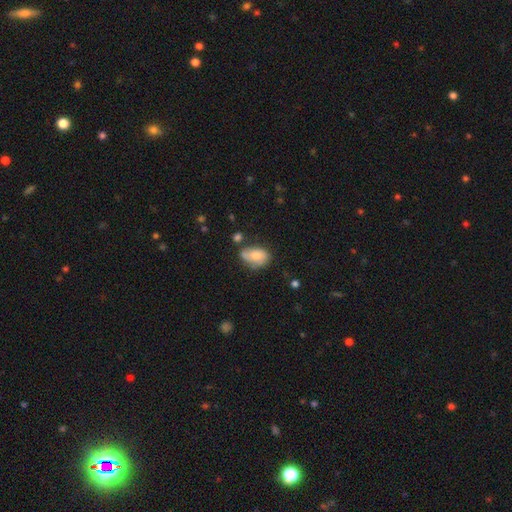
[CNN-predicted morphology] Smooth or featured? smooth (74%)
How rounded? in between (88%)
Merging? none (46%)